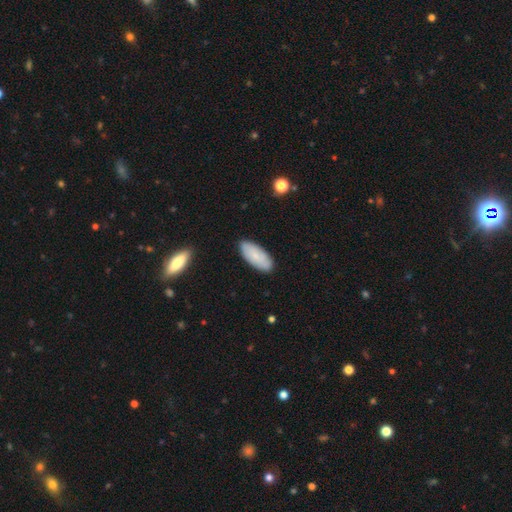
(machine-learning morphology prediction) type=smooth (73%); roundness=in between (87%); merging=none (84%).